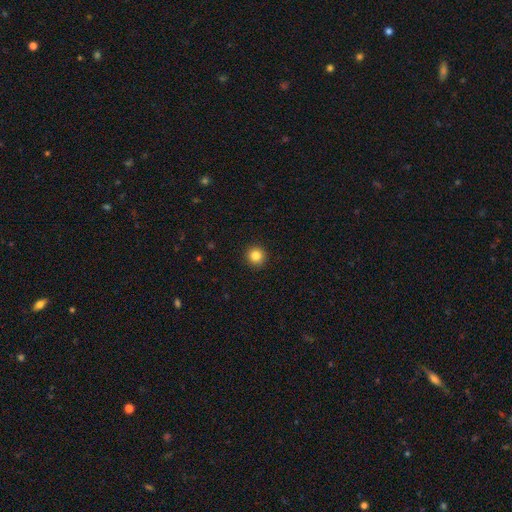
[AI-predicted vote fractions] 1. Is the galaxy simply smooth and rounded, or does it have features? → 84% smooth, 11% star or artifact, 5% featured or disk.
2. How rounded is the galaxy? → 95% round, 4% in between, 1% cigar-shaped.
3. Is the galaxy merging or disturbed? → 93% none, 5% minor disturbance, 2% major disturbance, 1% merger.